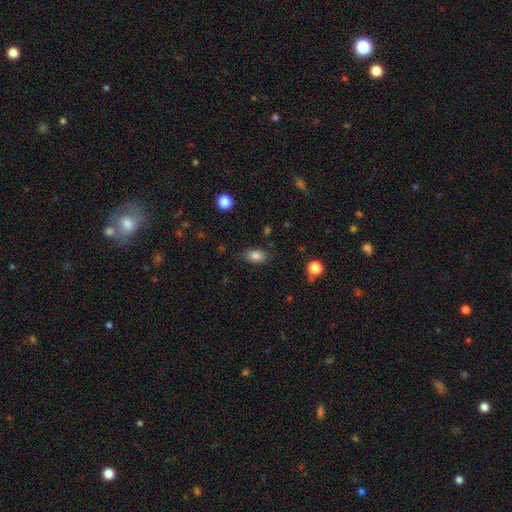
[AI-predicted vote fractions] Smooth or featured: smooth — 83% (star or artifact — 9%)
How rounded: in between — 87% (round — 10%)
Merging: none — 79% (minor disturbance — 15%)